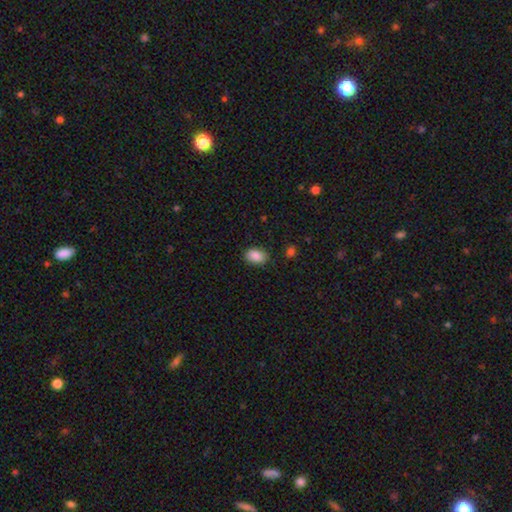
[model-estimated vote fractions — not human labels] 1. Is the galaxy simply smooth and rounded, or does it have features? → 89% smooth, 7% star or artifact, 4% featured or disk.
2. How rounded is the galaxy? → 87% in between, 12% round, 1% cigar-shaped.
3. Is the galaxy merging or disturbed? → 85% none, 11% minor disturbance, 3% major disturbance, 1% merger.